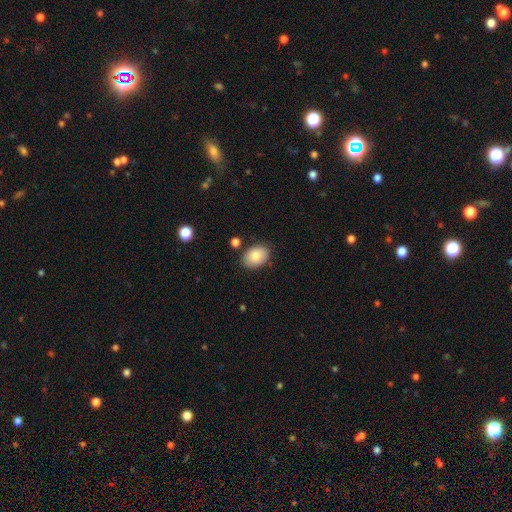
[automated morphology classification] Overall: smooth (84%). How rounded: in between (82%). Merging: none (81%).